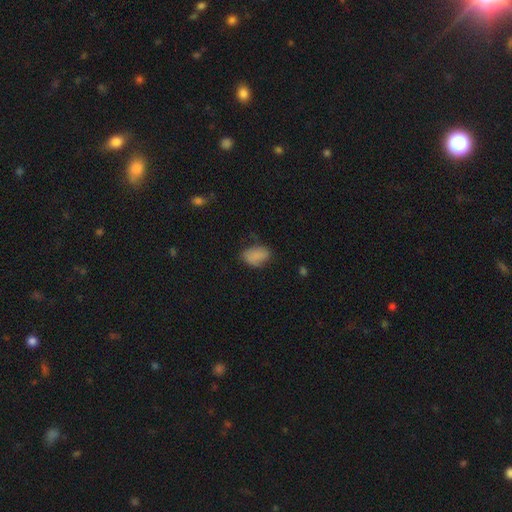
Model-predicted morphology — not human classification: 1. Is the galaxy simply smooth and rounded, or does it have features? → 83% smooth, 9% star or artifact, 8% featured or disk.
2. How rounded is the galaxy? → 87% in between, 11% round, 2% cigar-shaped.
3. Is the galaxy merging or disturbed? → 61% none, 28% minor disturbance, 9% major disturbance, 2% merger.